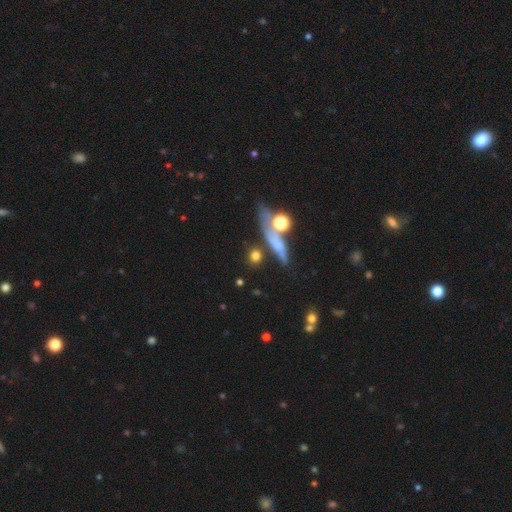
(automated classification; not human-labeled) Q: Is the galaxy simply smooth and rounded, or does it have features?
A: smooth — 71%.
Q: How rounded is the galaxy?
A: round — 73%.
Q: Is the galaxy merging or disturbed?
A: none — 67%.